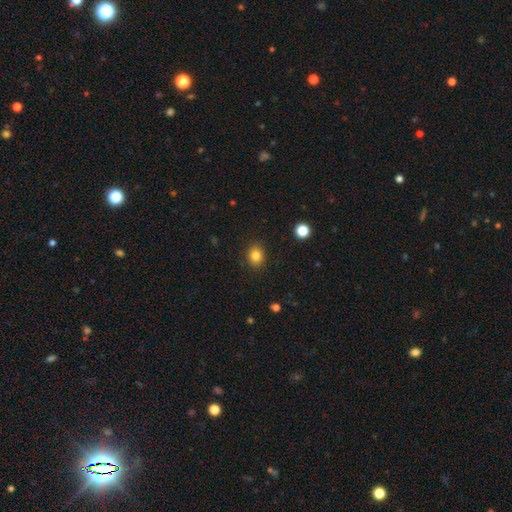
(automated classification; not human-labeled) smooth 83%, star or artifact 11%, featured or disk 6%. Down the decision tree: how rounded — round (69%); merging — none (89%).